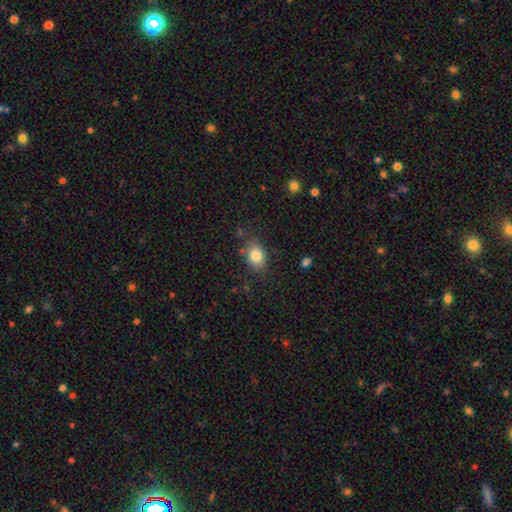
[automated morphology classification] A smooth galaxy with no disk features (83%) that is in between round and cigar-shaped (72%).

Vote fractions:
- Smooth or featured? smooth: 83% / star or artifact: 9% / featured or disk: 8%
- How rounded? in between: 72% / round: 27% / cigar-shaped: 1%
- Merging? none: 79% / minor disturbance: 14% / major disturbance: 4% / merger: 3%